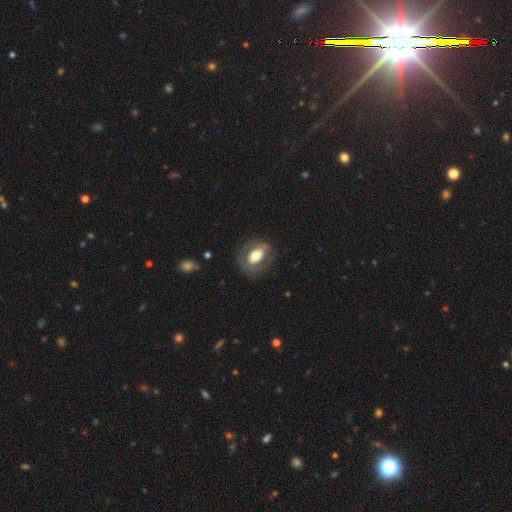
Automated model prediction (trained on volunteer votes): smooth-or-featured: smooth: 50% | featured or disk: 44% | star or artifact: 7%
  merging: none: 69% | minor disturbance: 18% | major disturbance: 12% | merger: 1%